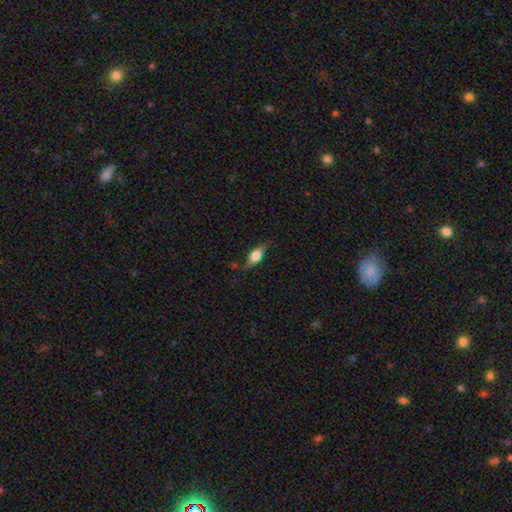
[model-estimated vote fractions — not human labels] Smooth or featured: smooth — 56% (featured or disk — 36%)
How rounded: in between — 74% (cigar-shaped — 18%)
Merging: none — 66% (minor disturbance — 25%)